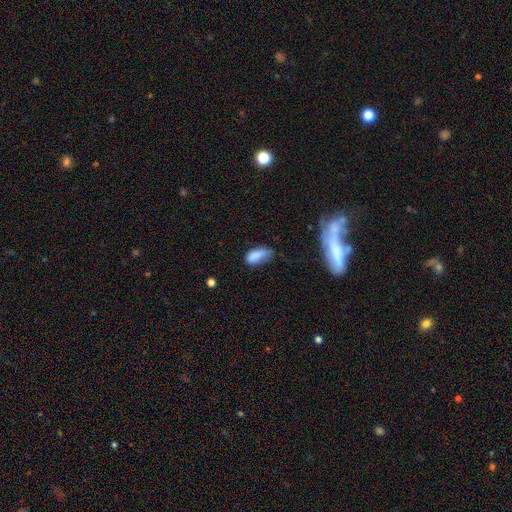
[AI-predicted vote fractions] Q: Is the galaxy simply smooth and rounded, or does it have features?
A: smooth — 81%.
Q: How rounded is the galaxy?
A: in between — 85%.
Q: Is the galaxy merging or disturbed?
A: minor disturbance — 43%.